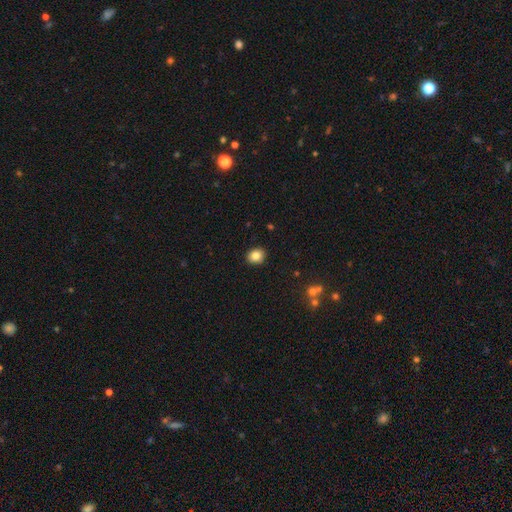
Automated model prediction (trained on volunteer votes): Smooth or featured? Predicted: smooth (p=0.84). How rounded? Predicted: round (p=0.63). Merging? Predicted: none (p=0.91).